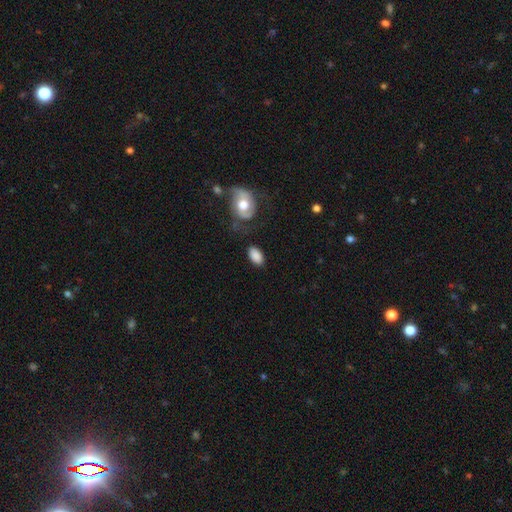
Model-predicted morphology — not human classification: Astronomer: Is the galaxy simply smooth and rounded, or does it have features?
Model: smooth — 85%.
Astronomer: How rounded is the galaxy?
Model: in between — 91%.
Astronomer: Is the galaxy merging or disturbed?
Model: none — 72%.